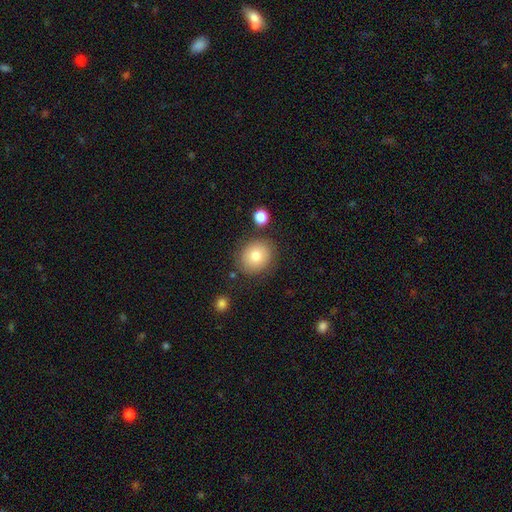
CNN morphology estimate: Smooth or featured? Predicted: smooth (p=0.79). How rounded? Predicted: round (p=0.76). Merging? Predicted: none (p=0.82).